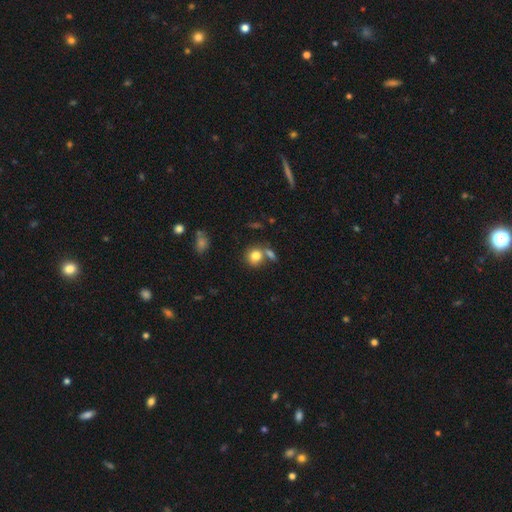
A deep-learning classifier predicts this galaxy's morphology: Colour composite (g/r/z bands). It shows a smooth galaxy with no disk features (81%) that is round (78%). Merging: none (58%).